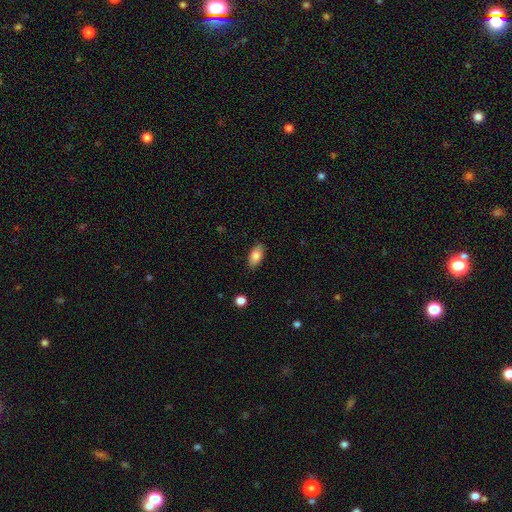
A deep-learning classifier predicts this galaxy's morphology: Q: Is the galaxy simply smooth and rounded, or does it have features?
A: smooth — 82%.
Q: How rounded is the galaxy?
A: in between — 91%.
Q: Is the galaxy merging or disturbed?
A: none — 86%.